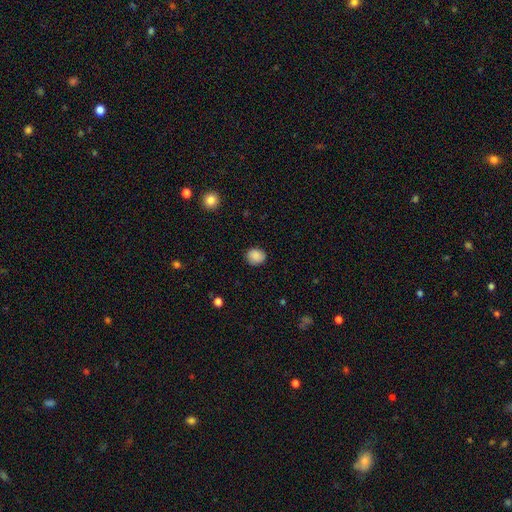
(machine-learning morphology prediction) Smooth or featured: smooth — 88% (star or artifact — 9%)
How rounded: round — 73% (in between — 26%)
Merging: none — 87% (minor disturbance — 10%)